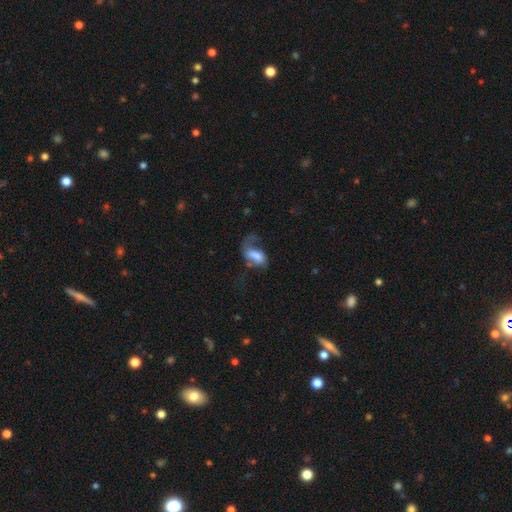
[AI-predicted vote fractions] A smooth galaxy with no disk features (50%) that is in between round and cigar-shaped (88%). Merging: major disturbance (50%).